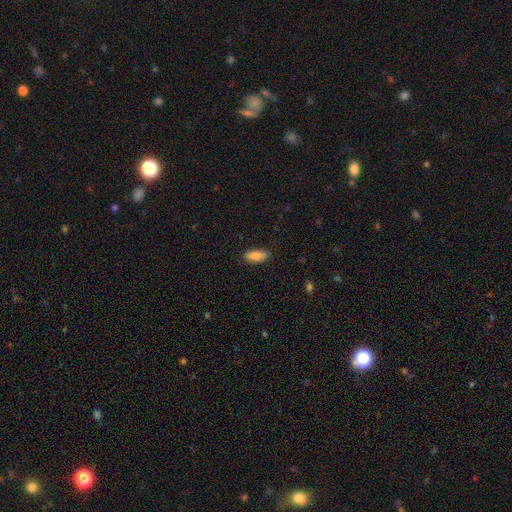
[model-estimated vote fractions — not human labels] Morphology: type=smooth (82%); roundness=in between (83%); merging=none (86%).